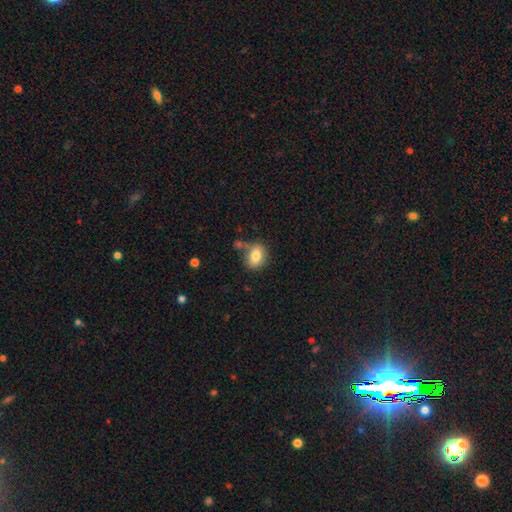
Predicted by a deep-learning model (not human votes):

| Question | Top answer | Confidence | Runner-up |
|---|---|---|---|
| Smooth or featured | smooth | 80% | featured or disk (11%) |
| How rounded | in between | 60% | round (38%) |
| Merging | none | 66% | minor disturbance (17%) |